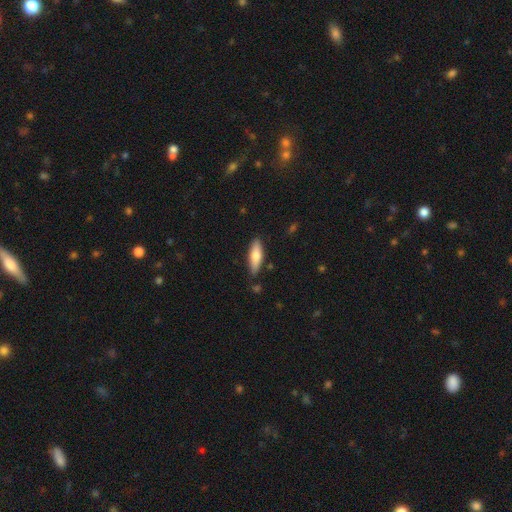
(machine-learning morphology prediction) type=smooth (72%); roundness=cigar-shaped (50%); merging=none (83%).